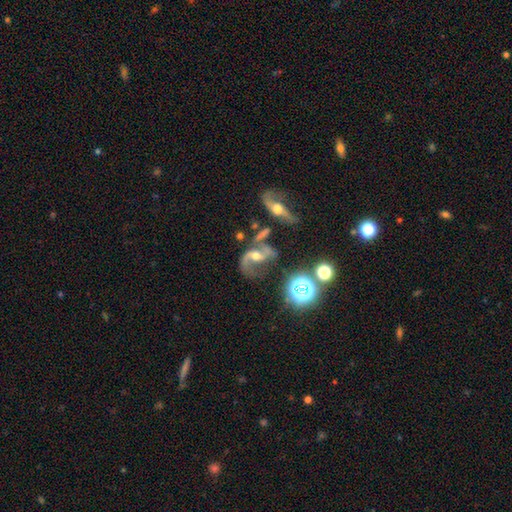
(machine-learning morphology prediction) featured or disk 82%, star or artifact 9%, smooth 8%. Down the decision tree: edge-on disk — no (96%); bar — no (47%); spiral arms — yes (92%); spiral arm count — 2 (85%); spiral winding — loose (70%); bulge size — moderate (65%); merging — none (38%).